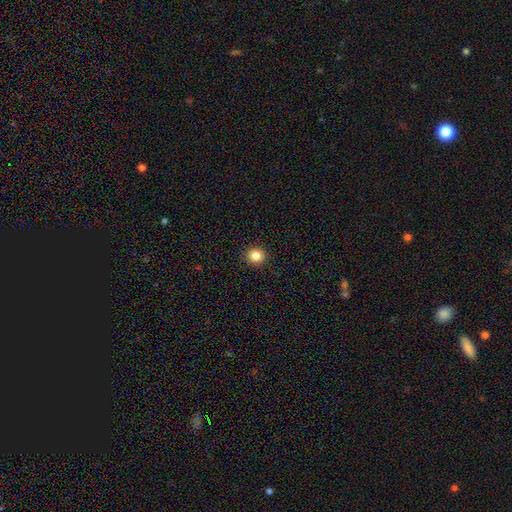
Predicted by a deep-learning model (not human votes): Smooth or featured: smooth — 86% (star or artifact — 11%)
How rounded: round — 82% (in between — 17%)
Merging: none — 92% (minor disturbance — 5%)